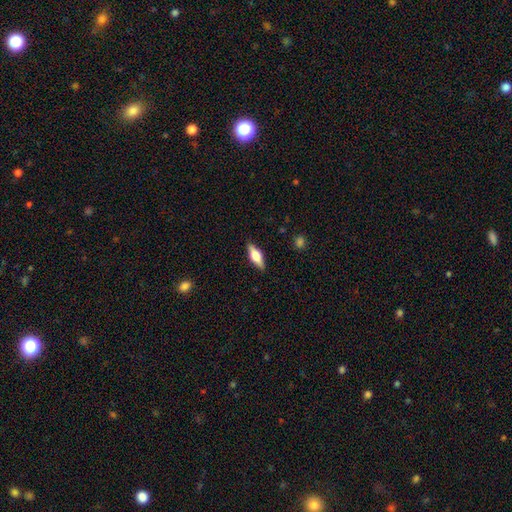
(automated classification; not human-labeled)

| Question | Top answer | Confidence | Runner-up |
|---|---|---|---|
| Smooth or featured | featured or disk | 51% | smooth (43%) |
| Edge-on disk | yes | 93% | no (7%) |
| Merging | none | 88% | minor disturbance (9%) |